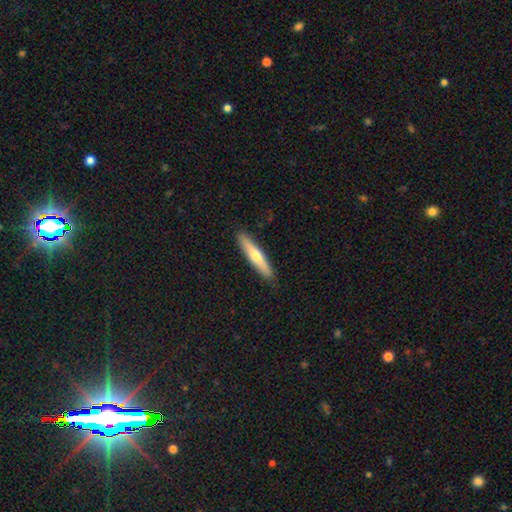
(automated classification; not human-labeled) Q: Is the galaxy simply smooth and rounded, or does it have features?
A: smooth — 56%.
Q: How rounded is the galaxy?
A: cigar-shaped — 90%.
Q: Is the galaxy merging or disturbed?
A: none — 90%.